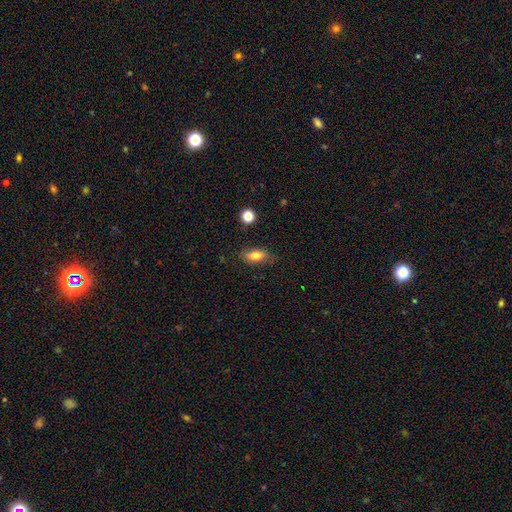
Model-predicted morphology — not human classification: A smooth galaxy with no disk features (78%) that is in between round and cigar-shaped (82%).

Vote fractions:
- Smooth or featured? smooth: 78% / featured or disk: 13% / star or artifact: 9%
- How rounded? in between: 82% / cigar-shaped: 12% / round: 6%
- Merging? none: 76% / minor disturbance: 18% / major disturbance: 4% / merger: 2%